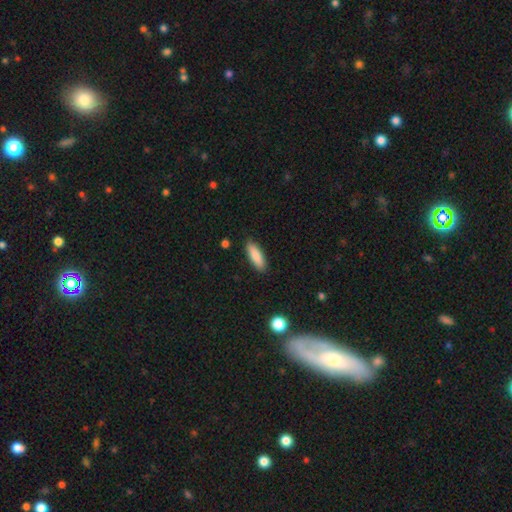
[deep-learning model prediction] Q: Smooth or featured?
A: smooth (86%); runner-up: featured or disk (8%)
Q: How rounded?
A: in between (52%); runner-up: cigar-shaped (46%)
Q: Merging?
A: none (89%); runner-up: minor disturbance (8%)